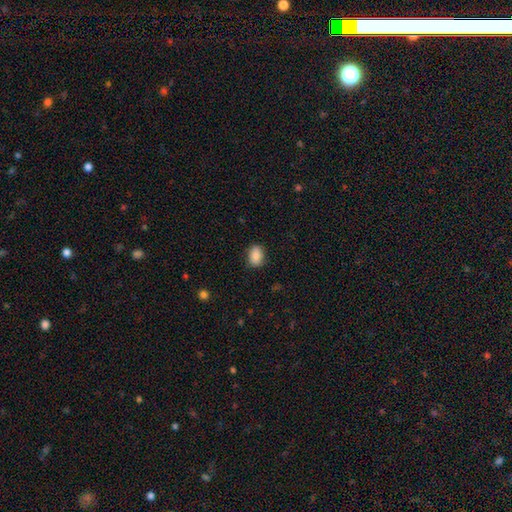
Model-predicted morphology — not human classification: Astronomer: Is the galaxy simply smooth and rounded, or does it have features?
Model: smooth — 86%.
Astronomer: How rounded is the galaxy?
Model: in between — 74%.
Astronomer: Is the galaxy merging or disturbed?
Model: none — 84%.